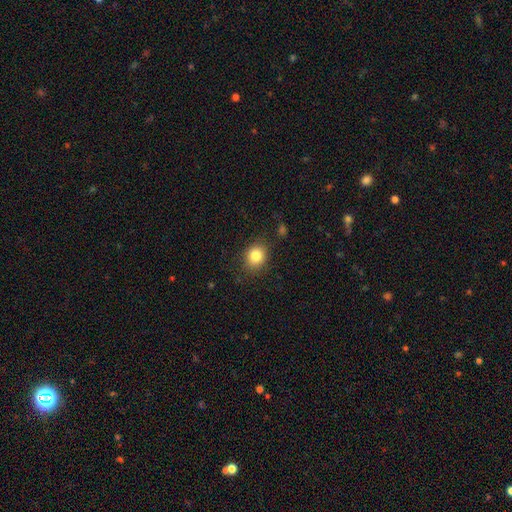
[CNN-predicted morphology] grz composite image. It shows a smooth galaxy with no disk features (83%) that is round (64%). Merging: none (83%).